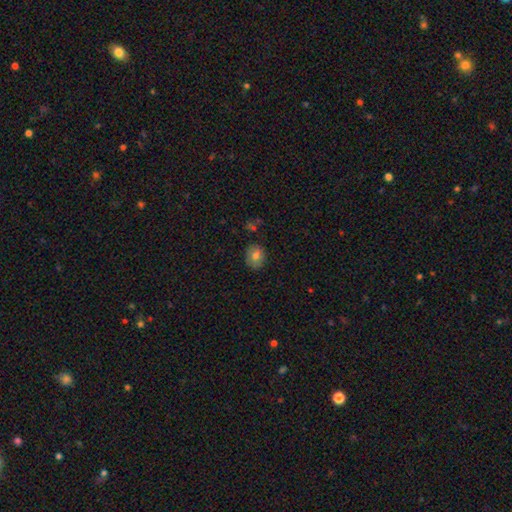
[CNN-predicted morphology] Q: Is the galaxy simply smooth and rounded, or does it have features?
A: smooth — 76%.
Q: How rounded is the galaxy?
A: round — 64%.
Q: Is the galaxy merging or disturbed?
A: none — 82%.